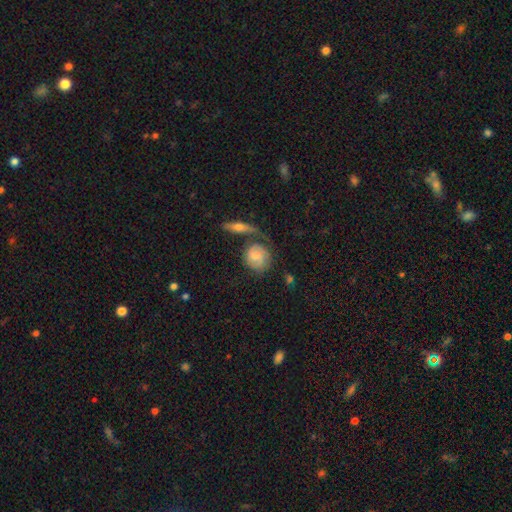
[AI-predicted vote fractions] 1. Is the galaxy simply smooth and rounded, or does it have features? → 48% smooth, 44% featured or disk, 8% star or artifact.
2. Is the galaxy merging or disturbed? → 59% none, 17% minor disturbance, 16% merger, 9% major disturbance.